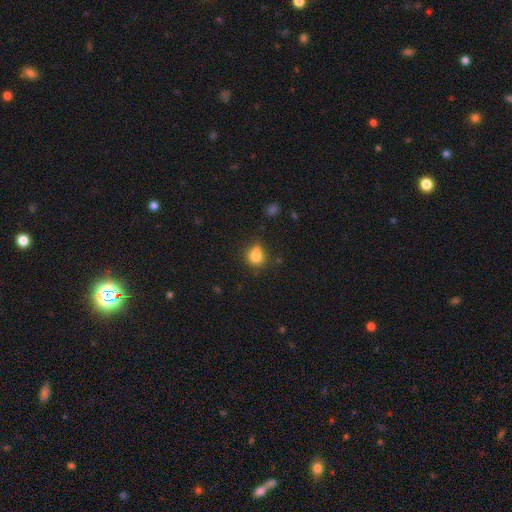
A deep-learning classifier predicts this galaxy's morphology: smooth 80%, star or artifact 11%, featured or disk 9%. Down the decision tree: how rounded — round (54%); merging — none (56%).